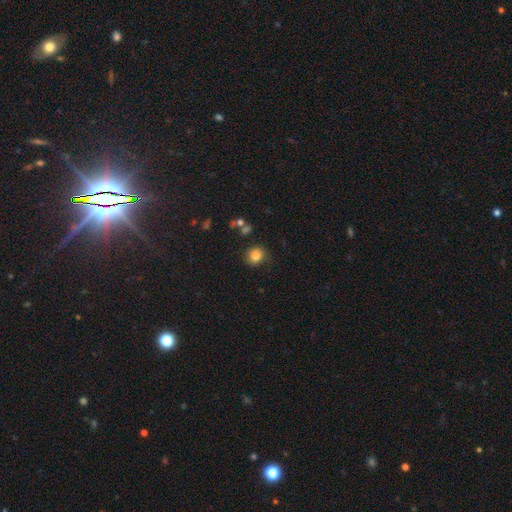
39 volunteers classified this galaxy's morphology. smooth-or-featured: smooth: 92% | star or artifact: 5% | featured or disk: 3%
  how-rounded: round: 89% | in between: 11% | cigar-shaped: 0%
  merging: none: 78% | minor disturbance: 16% | major disturbance: 5% | merger: 0%